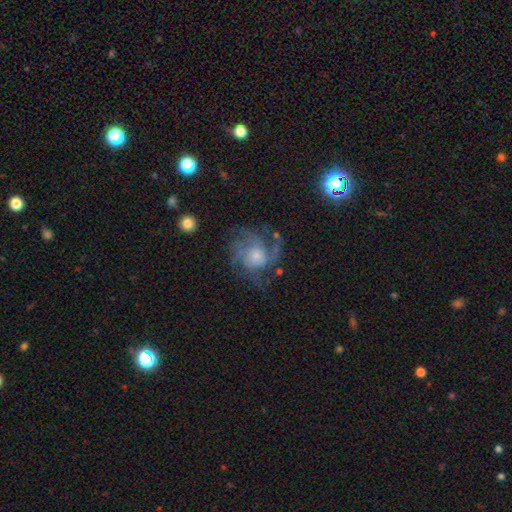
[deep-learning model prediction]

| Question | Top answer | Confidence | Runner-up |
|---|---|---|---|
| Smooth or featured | featured or disk | 72% | smooth (19%) |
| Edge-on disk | no | 98% | yes (2%) |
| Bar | no | 78% | weak (19%) |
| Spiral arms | yes | 86% | no (14%) |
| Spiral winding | medium | 45% | tight (31%) |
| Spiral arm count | can't tell | 29% | 3 (26%) |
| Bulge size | moderate | 37% | small (33%) |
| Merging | none | 52% | major disturbance (27%) |